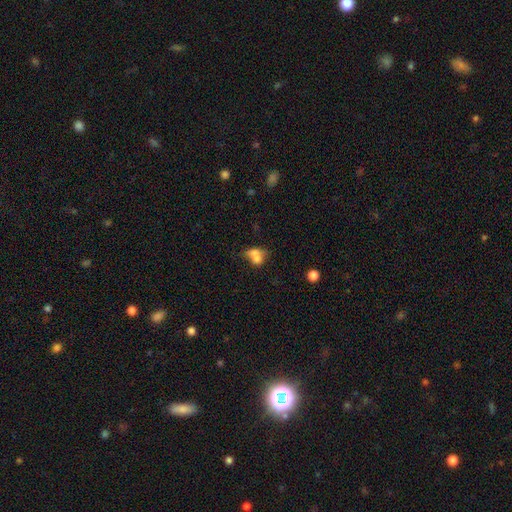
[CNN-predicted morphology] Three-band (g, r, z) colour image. It shows a smooth galaxy with no disk features (67%) that is in between round and cigar-shaped (56%). Merging: merger (60%).